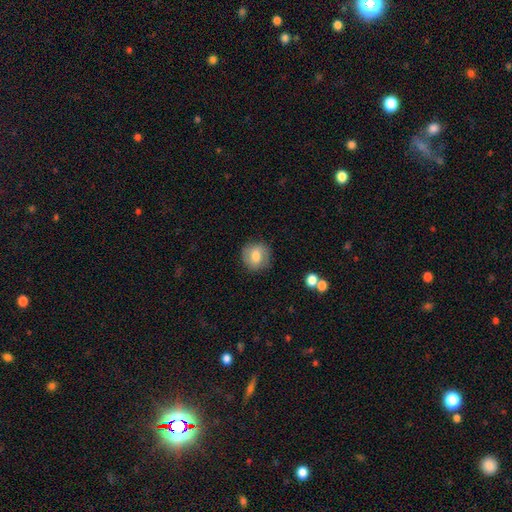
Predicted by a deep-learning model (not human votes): Smooth or featured? Predicted: smooth (p=0.72). How rounded? Predicted: round (p=0.88). Merging? Predicted: none (p=0.83).